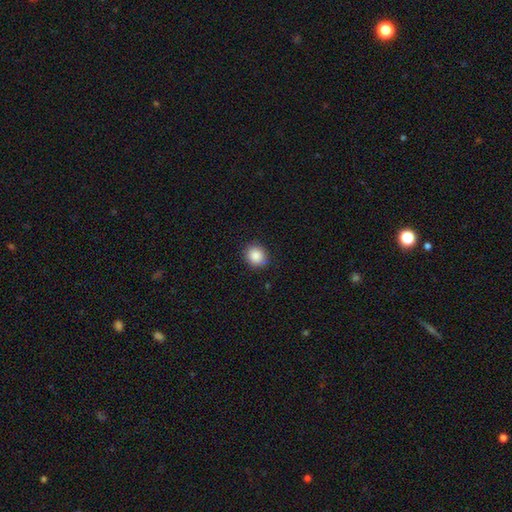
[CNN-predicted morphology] This appears to be a smooth galaxy with no disk features (88%) that is round (79%). Merging: none (87%).